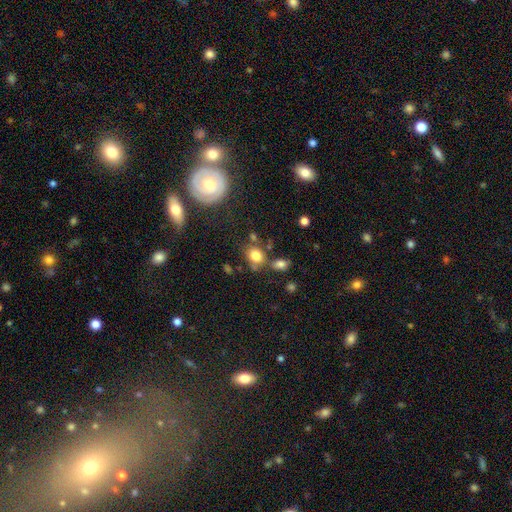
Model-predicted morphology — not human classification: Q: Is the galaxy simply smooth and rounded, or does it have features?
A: smooth — 79%.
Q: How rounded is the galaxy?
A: round — 52%.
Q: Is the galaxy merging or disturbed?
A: none — 64%.